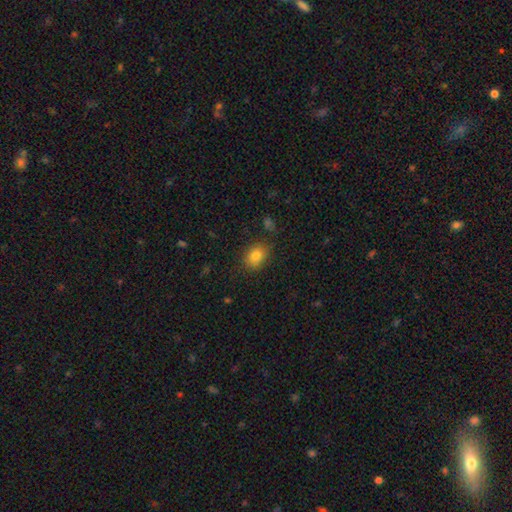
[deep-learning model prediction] This appears to be a smooth galaxy with no disk features (83%) that is in between round and cigar-shaped (71%). Merging: none (80%).